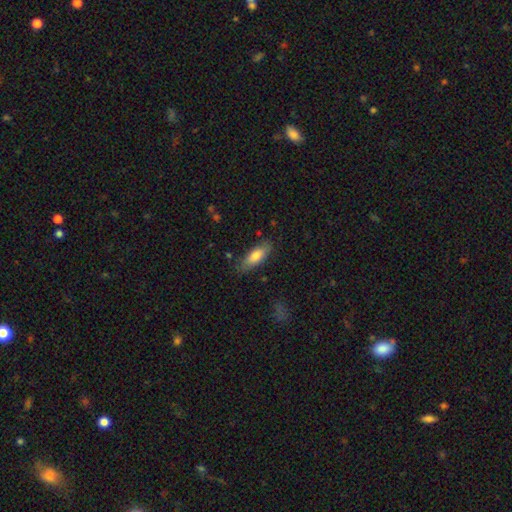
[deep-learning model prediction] Overall: smooth (79%). How rounded: in between (67%; cigar-shaped 31%). Merging: none (79%).